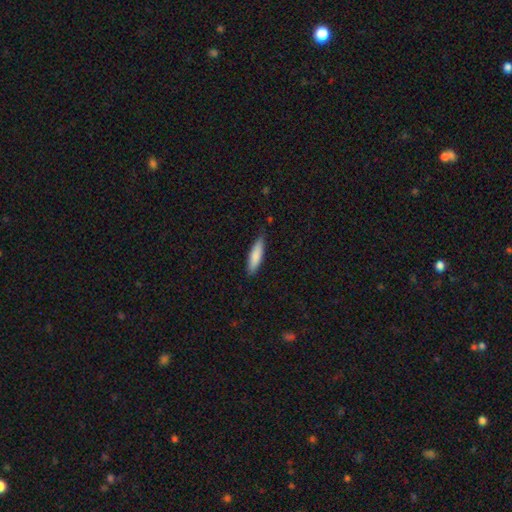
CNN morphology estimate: A smooth galaxy with no disk features (83%) that is cigar-shaped (66%).

Vote fractions:
- Smooth or featured? smooth: 83% / featured or disk: 12% / star or artifact: 6%
- How rounded? cigar-shaped: 66% / in between: 32% / round: 1%
- Merging? none: 82% / minor disturbance: 15% / major disturbance: 2% / merger: 1%